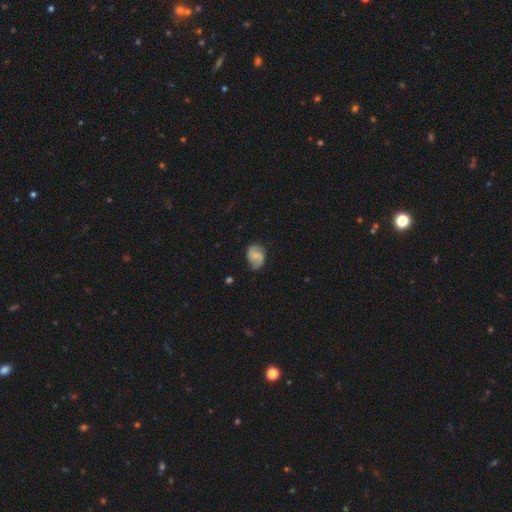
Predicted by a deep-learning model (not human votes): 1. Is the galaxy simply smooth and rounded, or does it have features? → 55% featured or disk, 37% smooth, 8% star or artifact.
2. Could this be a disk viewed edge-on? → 98% no, 2% yes.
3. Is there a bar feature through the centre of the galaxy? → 49% no, 42% weak, 9% strong.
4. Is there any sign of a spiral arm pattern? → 91% yes, 9% no.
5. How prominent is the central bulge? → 44% small, 27% moderate, 25% none, 3% large, 1% dominant.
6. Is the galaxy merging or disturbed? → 70% none, 23% minor disturbance, 6% major disturbance, 1% merger.